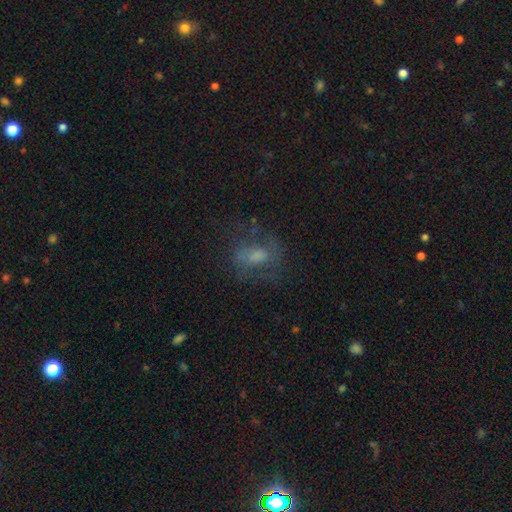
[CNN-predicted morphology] This is possibly a featured or disk galaxy (49%). Merging: possibly none (56%).